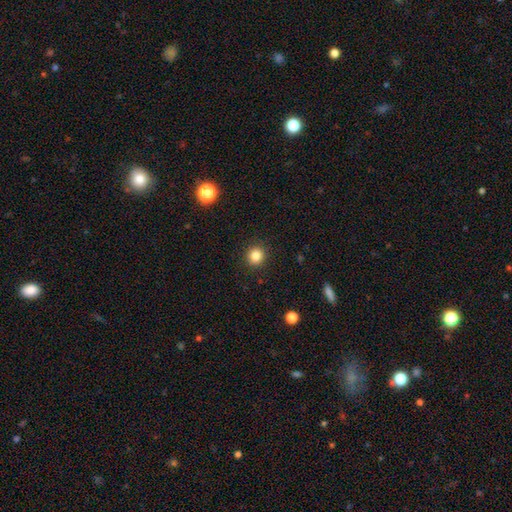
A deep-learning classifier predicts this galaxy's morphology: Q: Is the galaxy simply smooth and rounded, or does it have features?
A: smooth — 84%.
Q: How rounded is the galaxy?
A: round — 91%.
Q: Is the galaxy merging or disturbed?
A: none — 92%.